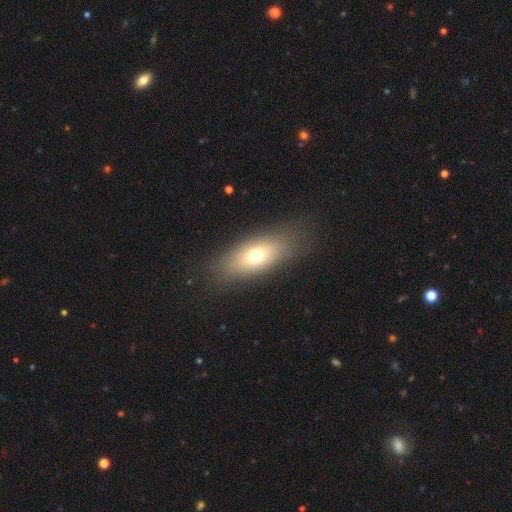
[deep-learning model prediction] Overall: smooth (68%). How rounded: in between (77%). Merging: none (80%).